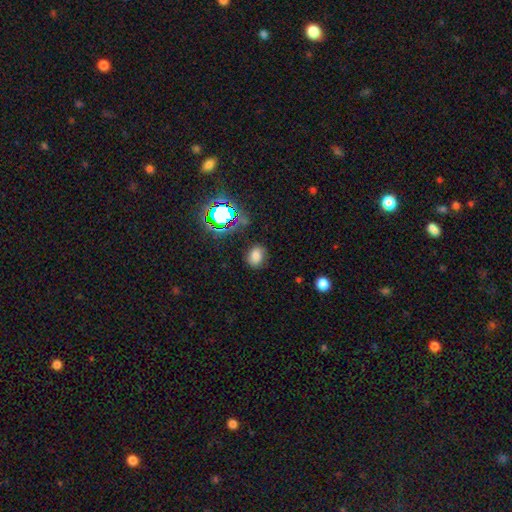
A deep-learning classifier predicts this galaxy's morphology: Smooth or featured? Predicted: smooth (p=0.72). How rounded? Predicted: in between (p=0.57). Merging? Predicted: none (p=0.77).